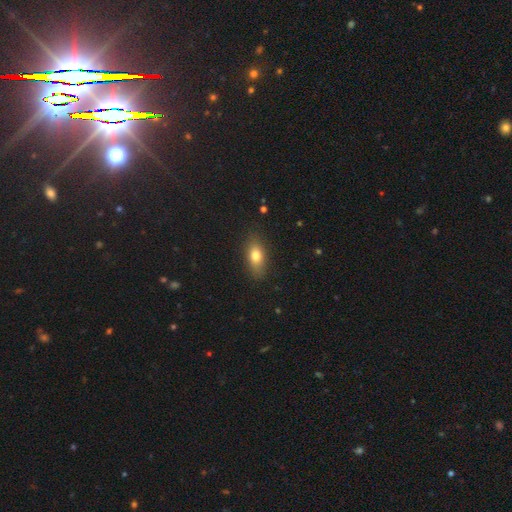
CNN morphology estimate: This appears to be a smooth galaxy with no disk features (76%) that is in between round and cigar-shaped (79%). Merging: none (84%).